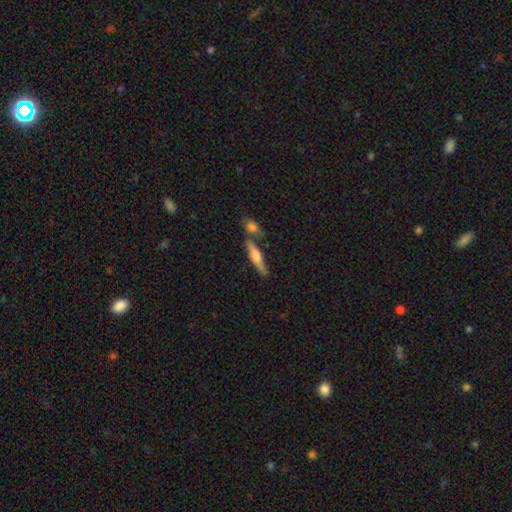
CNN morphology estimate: The model was most divided on "smooth or featured": smooth: 49%, featured or disk: 44%, star or artifact: 7%. More confident: merging — none (62%).